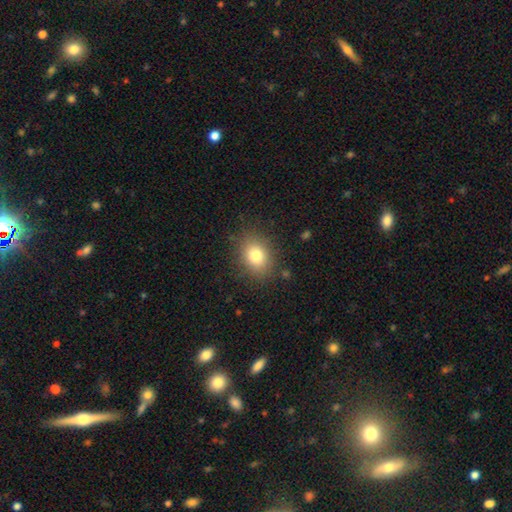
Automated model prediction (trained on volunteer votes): This appears to be a smooth galaxy with no disk features (79%) that is in between round and cigar-shaped (53%). Merging: none (84%).